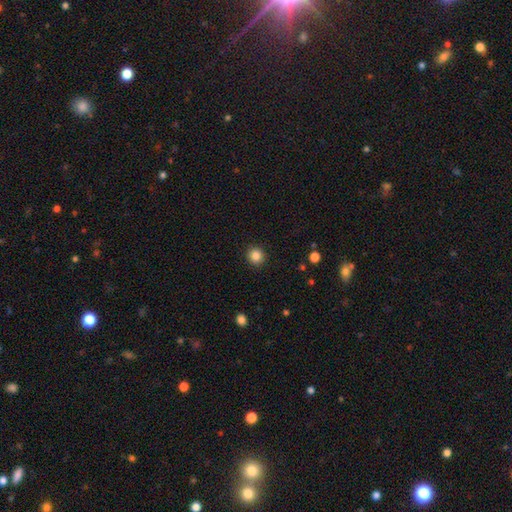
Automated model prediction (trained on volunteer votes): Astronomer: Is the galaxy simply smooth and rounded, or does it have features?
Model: smooth — 86%.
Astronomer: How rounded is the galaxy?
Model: round — 92%.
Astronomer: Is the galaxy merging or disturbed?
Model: none — 91%.